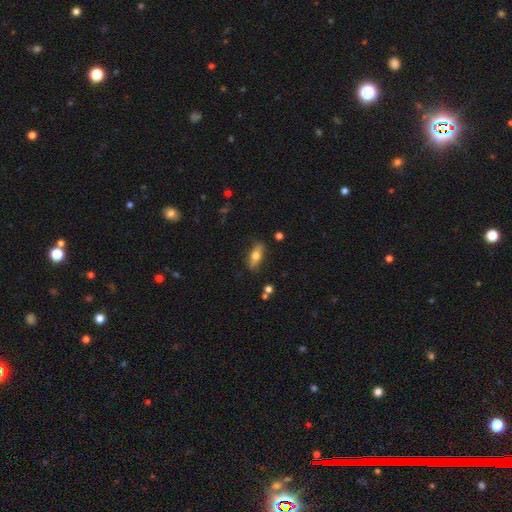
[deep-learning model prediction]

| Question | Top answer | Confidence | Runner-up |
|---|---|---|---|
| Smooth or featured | smooth | 61% | featured or disk (32%) |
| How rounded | in between | 67% | cigar-shaped (29%) |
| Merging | none | 81% | minor disturbance (13%) |